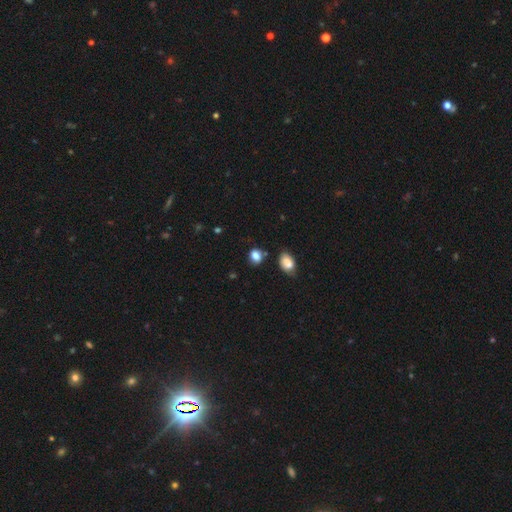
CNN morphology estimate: Q: Smooth or featured?
A: smooth (84%); runner-up: star or artifact (11%)
Q: How rounded?
A: in between (58%); runner-up: round (40%)
Q: Merging?
A: none (66%); runner-up: minor disturbance (19%)